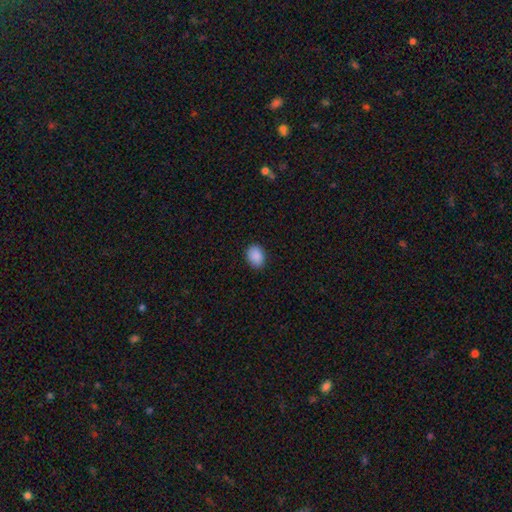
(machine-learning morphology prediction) This appears to be a smooth galaxy with no disk features (90%) that is in between round and cigar-shaped (68%). Merging: none (87%).